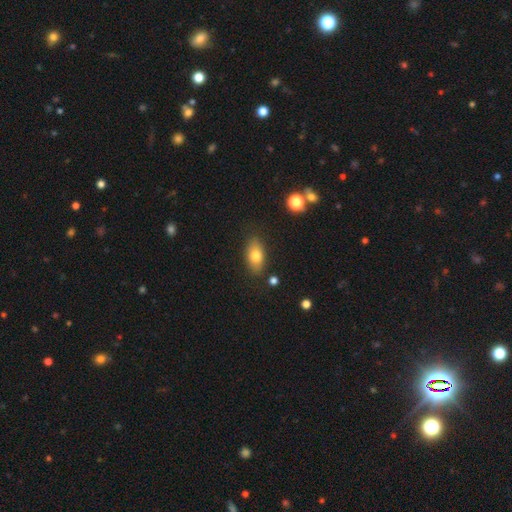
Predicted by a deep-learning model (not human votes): A smooth galaxy with no disk features (77%) that is in between round and cigar-shaped (88%). Merging: none (82%).